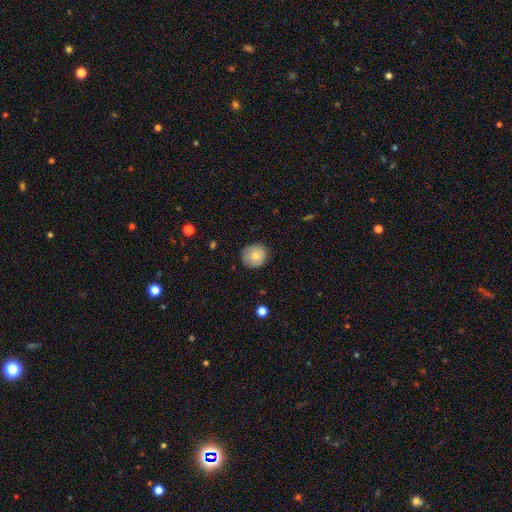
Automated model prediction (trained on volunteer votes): Smooth or featured? Predicted: smooth (p=0.76). How rounded? Predicted: round (p=0.90). Merging? Predicted: none (p=0.85).